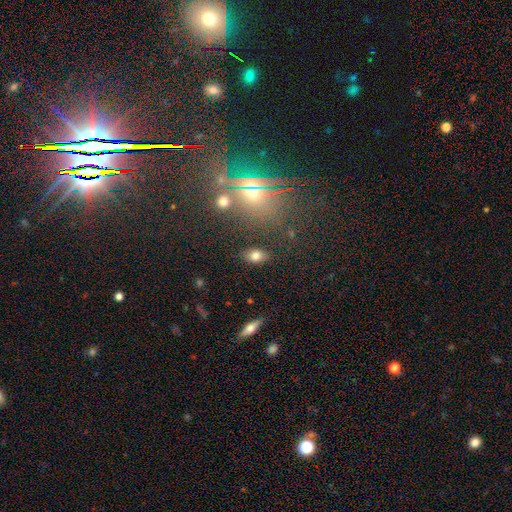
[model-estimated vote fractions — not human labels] A smooth galaxy with no disk features (78%) that is in between round and cigar-shaped (84%).

Vote fractions:
- Smooth or featured? smooth: 78% / star or artifact: 12% / featured or disk: 10%
- How rounded? in between: 84% / round: 14% / cigar-shaped: 2%
- Merging? none: 84% / minor disturbance: 10% / major disturbance: 3% / merger: 3%